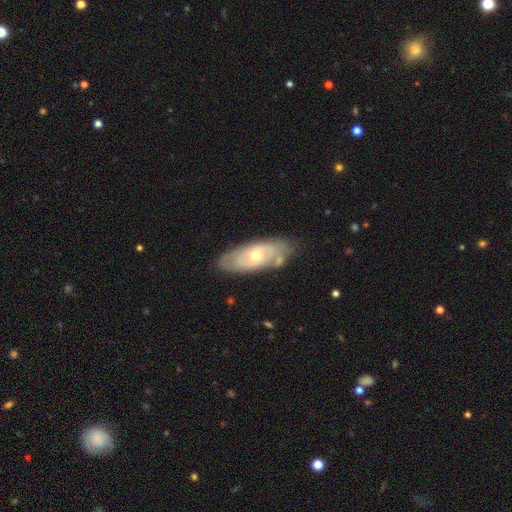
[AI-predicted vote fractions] The model was most divided on "spiral arms": no: 51%, yes: 49%. More confident: edge-on disk — no (84%); bar — no (77%); merging — none (76%); smooth or featured — featured or disk (62%); bulge size — moderate (61%).